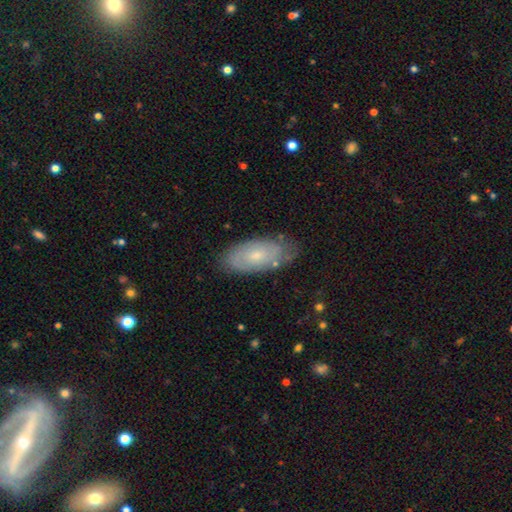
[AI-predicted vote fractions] A featured or disk galaxy (48%). Merging: none (73%).